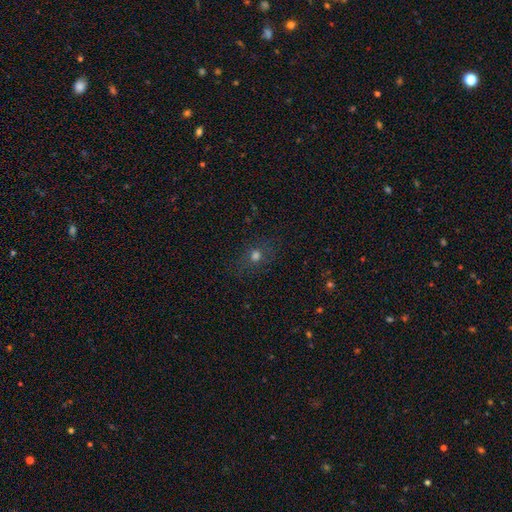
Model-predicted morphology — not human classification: smooth-or-featured: smooth: 60% | star or artifact: 26% | featured or disk: 15%
  how-rounded: round: 66% | in between: 32% | cigar-shaped: 3%
  merging: none: 82% | minor disturbance: 12% | major disturbance: 5% | merger: 2%